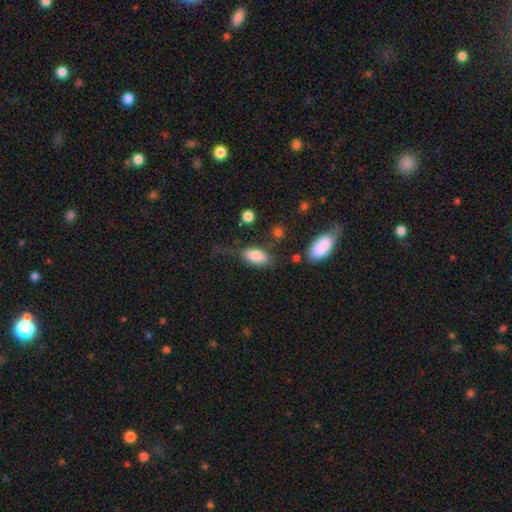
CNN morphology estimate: A smooth galaxy with no disk features (84%) that is in between round and cigar-shaped (90%). Merging: none (59%).